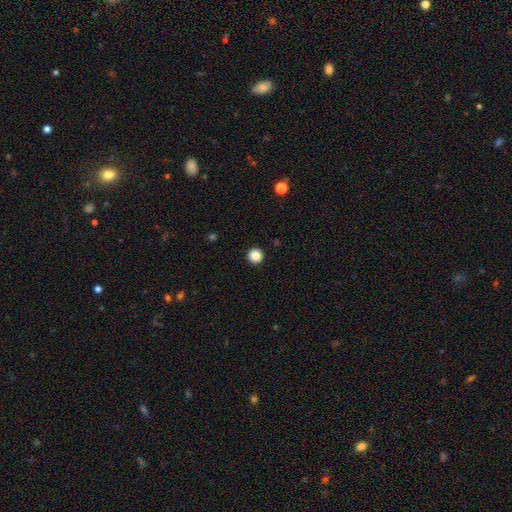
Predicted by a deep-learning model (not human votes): Overall: smooth (87%). How rounded: round (96%). Merging: none (94%).